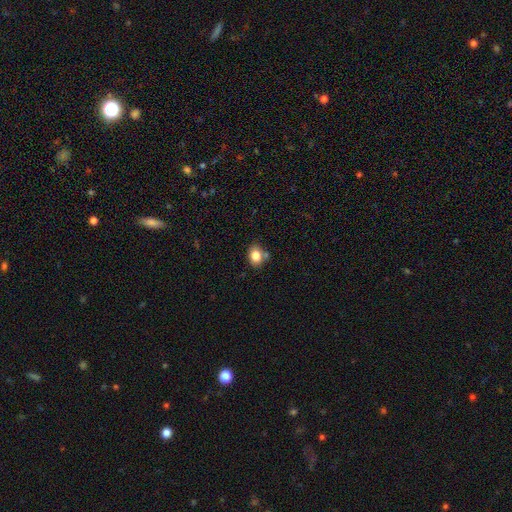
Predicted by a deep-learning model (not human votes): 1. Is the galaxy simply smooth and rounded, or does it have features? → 82% smooth, 10% star or artifact, 9% featured or disk.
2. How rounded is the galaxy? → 60% in between, 39% round, 1% cigar-shaped.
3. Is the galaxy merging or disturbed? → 68% none, 16% minor disturbance, 12% merger, 4% major disturbance.